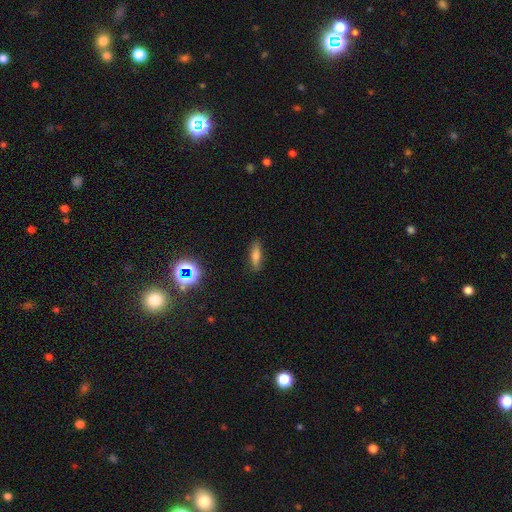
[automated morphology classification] Smooth or featured?
  - smooth: 64% *
  - featured or disk: 22%
  - star or artifact: 13%
How rounded?
  - cigar-shaped: 57% *
  - in between: 39%
  - round: 4%
Merging?
  - none: 85% *
  - minor disturbance: 11%
  - major disturbance: 2%
  - merger: 1%